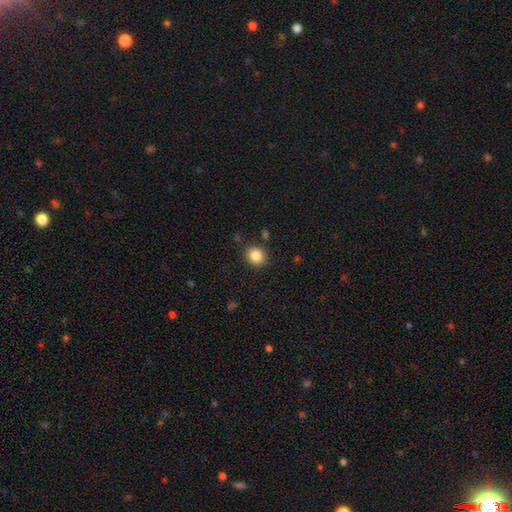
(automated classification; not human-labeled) smooth 86%, star or artifact 10%, featured or disk 5%. Down the decision tree: how rounded — round (70%); merging — none (87%).